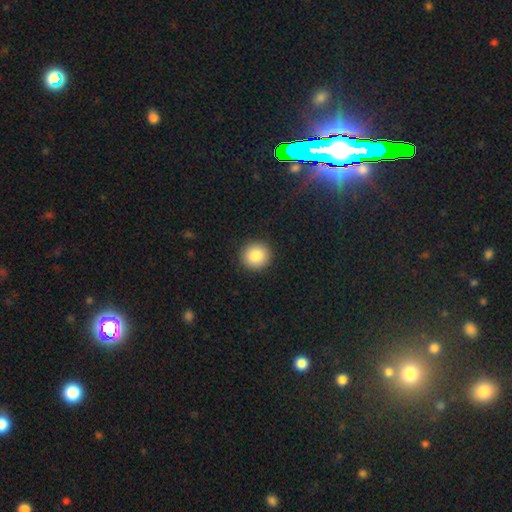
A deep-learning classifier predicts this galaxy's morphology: Smooth or featured: smooth — 86% (star or artifact — 8%)
How rounded: round — 91% (in between — 8%)
Merging: none — 92% (minor disturbance — 5%)